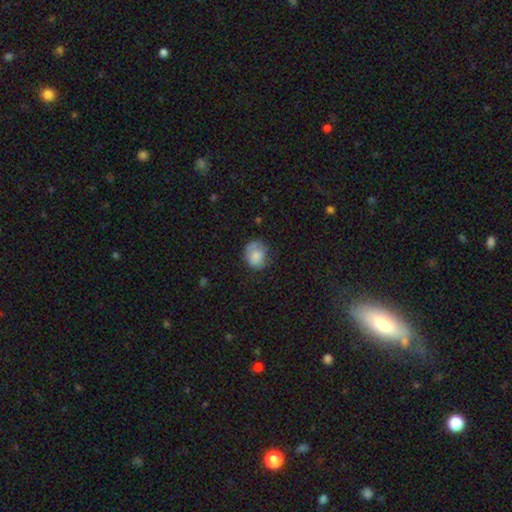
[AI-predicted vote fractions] A smooth galaxy with no disk features (75%) that is round (57%).

Vote fractions:
- Smooth or featured? smooth: 75% / featured or disk: 17% / star or artifact: 9%
- How rounded? round: 57% / in between: 42% / cigar-shaped: 1%
- Merging? none: 52% / minor disturbance: 30% / major disturbance: 14% / merger: 4%